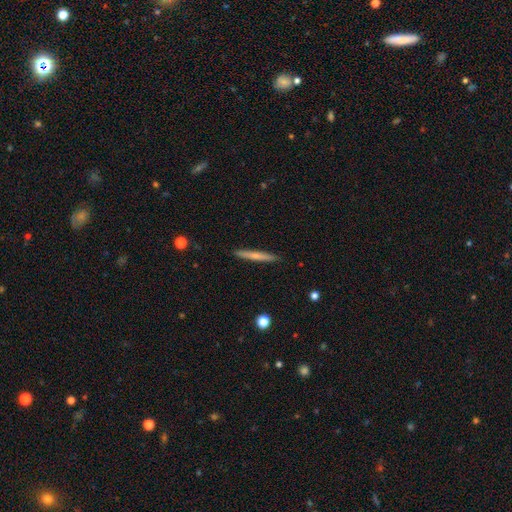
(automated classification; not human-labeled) Morphology: type=smooth (60%); roundness=cigar-shaped (96%); merging=none (92%).